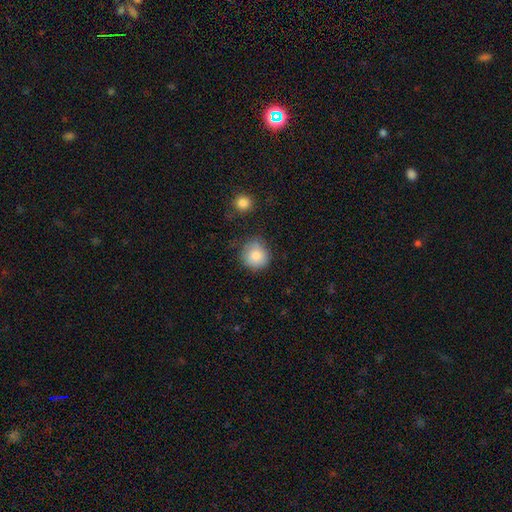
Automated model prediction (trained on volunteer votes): smooth 83%, featured or disk 9%, star or artifact 8%. Down the decision tree: how rounded — round (91%); merging — none (73%).